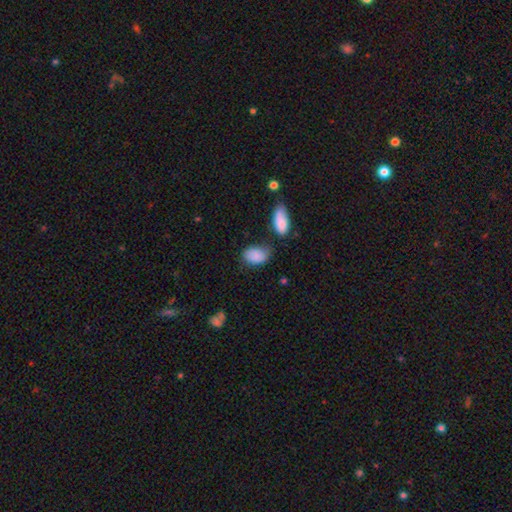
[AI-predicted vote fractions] The model was most divided on "merging": none: 58%, minor disturbance: 23%, merger: 11%, major disturbance: 7%. More confident: how rounded — in between (91%); smooth or featured — smooth (86%).